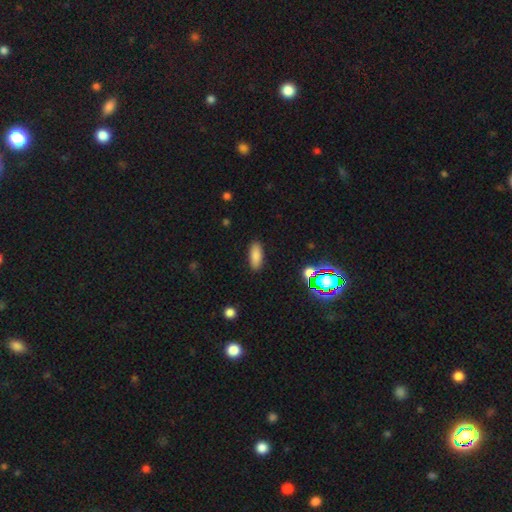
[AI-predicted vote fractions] A smooth galaxy with no disk features (85%) that is in between round and cigar-shaped (78%).

Vote fractions:
- Smooth or featured? smooth: 85% / star or artifact: 10% / featured or disk: 6%
- How rounded? in between: 78% / cigar-shaped: 20% / round: 2%
- Merging? none: 89% / minor disturbance: 7% / major disturbance: 2% / merger: 1%